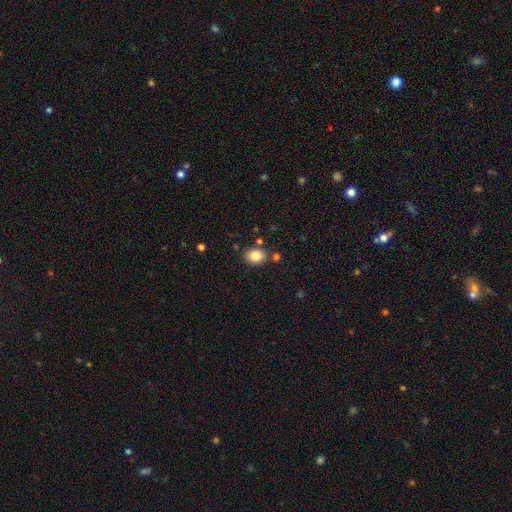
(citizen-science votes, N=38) This appears to be a smooth galaxy with no disk features (84%) that is in between round and cigar-shaped (78%). Merging: none (94%).